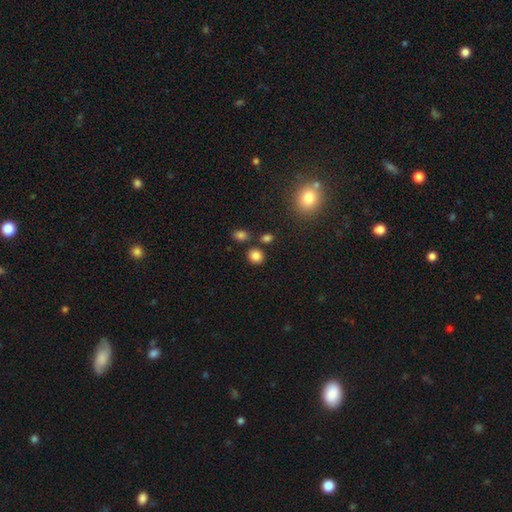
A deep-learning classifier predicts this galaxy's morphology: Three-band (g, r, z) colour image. It shows a smooth galaxy with no disk features (82%) that is round (78%). Merging: none (78%).